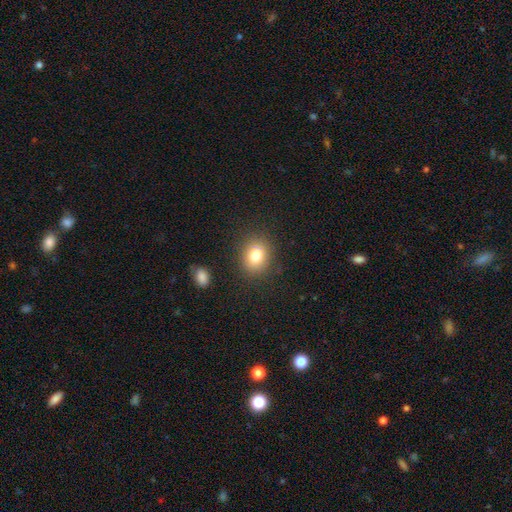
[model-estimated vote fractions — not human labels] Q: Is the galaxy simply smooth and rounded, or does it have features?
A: smooth — 79%.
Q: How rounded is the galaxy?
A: round — 58%.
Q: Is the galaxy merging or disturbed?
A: none — 84%.